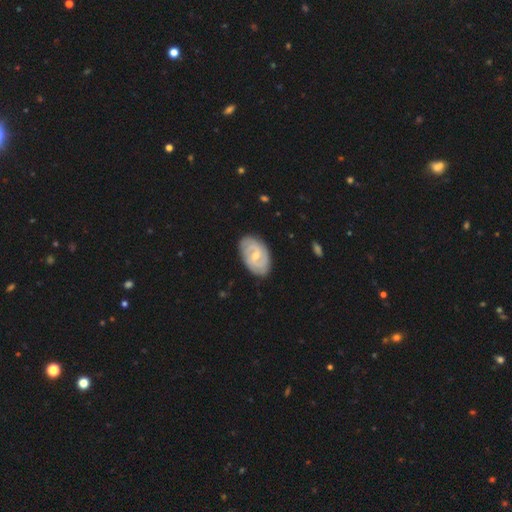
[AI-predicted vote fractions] smooth-or-featured: featured or disk: 79% | smooth: 16% | star or artifact: 5%
  disk-edge-on: no: 96% | yes: 4%
    bar: weak: 54% | no: 34% | strong: 12%
    has-spiral-arms: yes: 93% | no: 7%
      spiral-winding: tight: 57% | medium: 34% | loose: 9%
      spiral-arm-count: 2: 58% | can't tell: 20% | 3: 12% | 4: 4% | 1: 3% | more than 4: 3%
    bulge-size: small: 51% | moderate: 46% | none: 1% | large: 1% | dominant: 1%
  merging: none: 83% | minor disturbance: 13% | major disturbance: 3% | merger: 1%